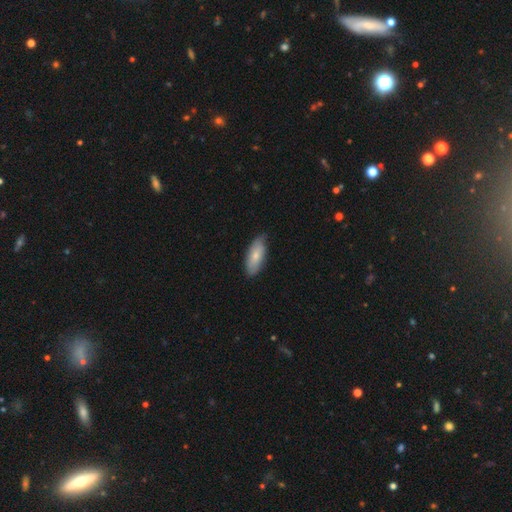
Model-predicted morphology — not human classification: Smooth or featured? Predicted: smooth (p=0.74). How rounded? Predicted: in between (p=0.82). Merging? Predicted: none (p=0.73).